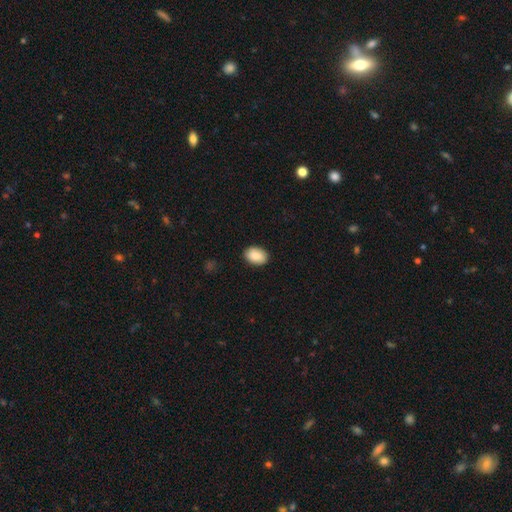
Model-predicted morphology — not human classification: type=smooth (89%); roundness=in between (85%); merging=none (89%).